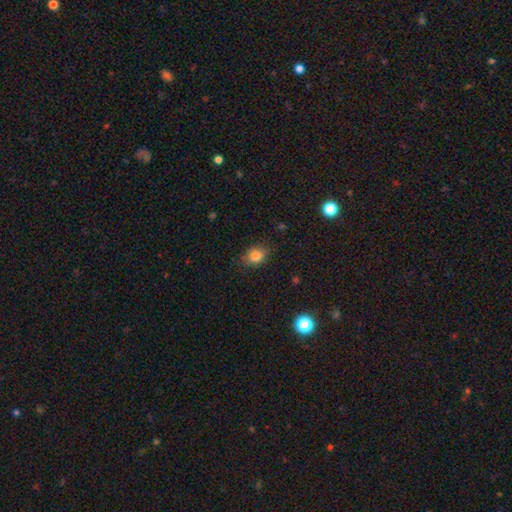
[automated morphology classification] A smooth galaxy with no disk features (83%) that is in between round and cigar-shaped (56%).

Vote fractions:
- Smooth or featured? smooth: 83% / star or artifact: 11% / featured or disk: 7%
- How rounded? in between: 56% / round: 42% / cigar-shaped: 1%
- Merging? none: 81% / minor disturbance: 15% / major disturbance: 3% / merger: 1%